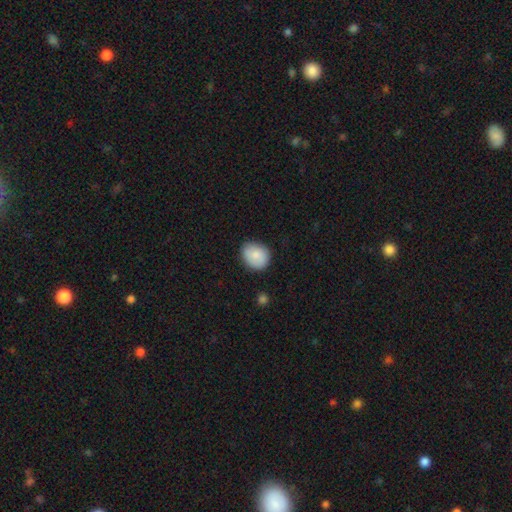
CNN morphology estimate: smooth-or-featured: smooth: 84% | featured or disk: 9% | star or artifact: 7%
  how-rounded: round: 61% | in between: 38% | cigar-shaped: 1%
  merging: none: 78% | minor disturbance: 18% | major disturbance: 3% | merger: 1%